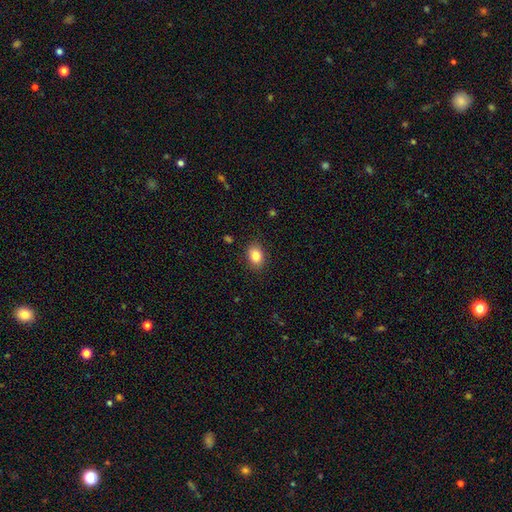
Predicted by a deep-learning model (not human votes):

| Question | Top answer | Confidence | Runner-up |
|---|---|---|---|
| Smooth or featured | smooth | 84% | star or artifact (9%) |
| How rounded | in between | 69% | round (30%) |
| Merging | none | 87% | minor disturbance (9%) |